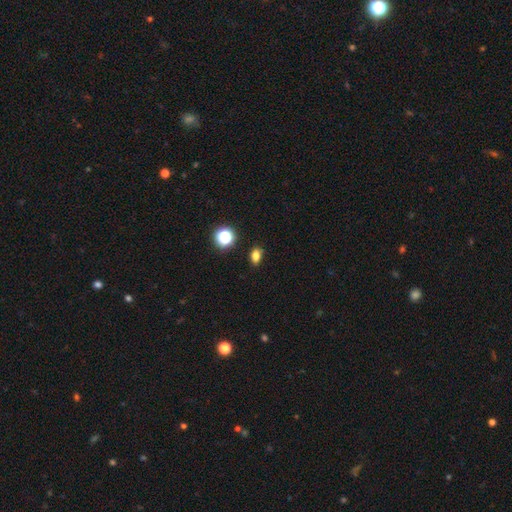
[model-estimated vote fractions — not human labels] This appears to be a smooth galaxy with no disk features (77%) that is in between round and cigar-shaped (77%). Merging: none (84%).